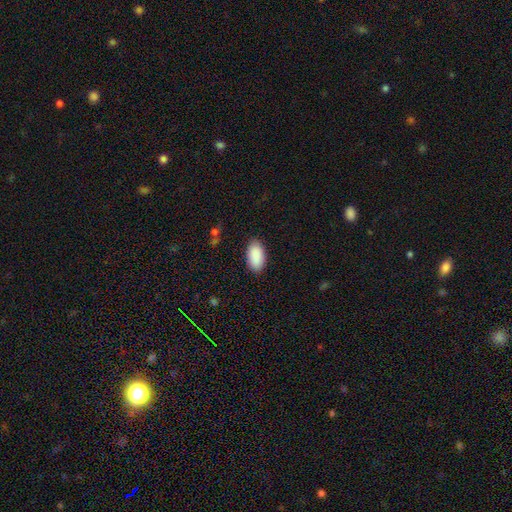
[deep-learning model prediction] The model was most divided on "merging": none: 87%, minor disturbance: 10%, major disturbance: 2%, merger: 1%. More confident: how rounded — in between (95%); smooth or featured — smooth (91%).